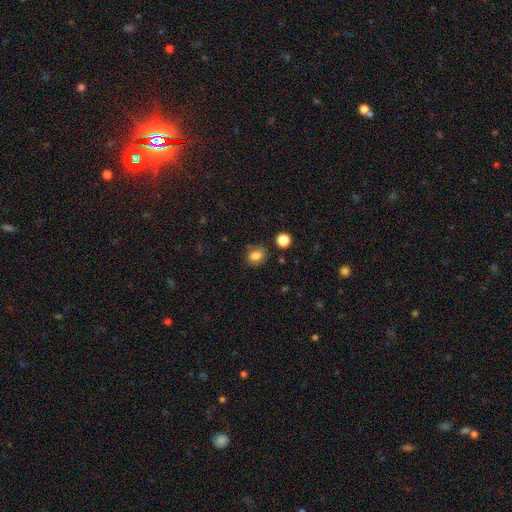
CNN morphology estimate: Q: Smooth or featured?
A: smooth (80%); runner-up: star or artifact (11%)
Q: How rounded?
A: round (57%); runner-up: in between (42%)
Q: Merging?
A: none (74%); runner-up: minor disturbance (17%)